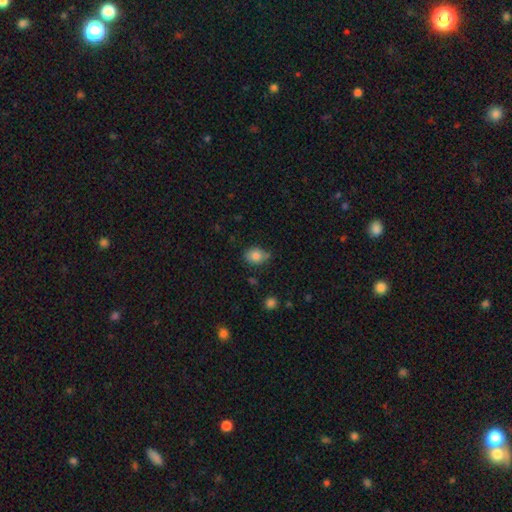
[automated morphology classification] A smooth galaxy with no disk features (83%) that is in between round and cigar-shaped (56%).

Vote fractions:
- Smooth or featured? smooth: 83% / star or artifact: 10% / featured or disk: 8%
- How rounded? in between: 56% / round: 43% / cigar-shaped: 1%
- Merging? none: 61% / minor disturbance: 30% / major disturbance: 6% / merger: 4%